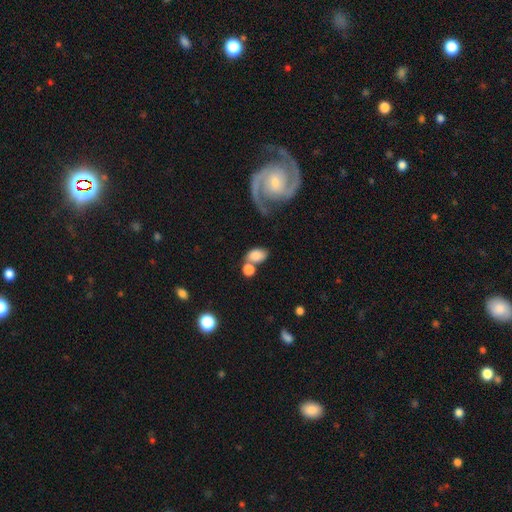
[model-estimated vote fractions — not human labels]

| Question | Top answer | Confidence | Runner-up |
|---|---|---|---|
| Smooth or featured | smooth | 77% | featured or disk (15%) |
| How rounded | in between | 81% | round (17%) |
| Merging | none | 43% | merger (33%) |